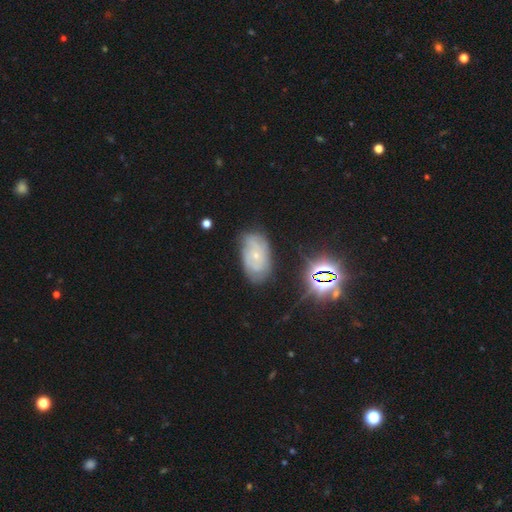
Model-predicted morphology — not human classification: This appears to be a featured or disk galaxy (61%) with no bar (80%), spiral arms (81%) and a small central bulge (77%). Merging: none (66%).